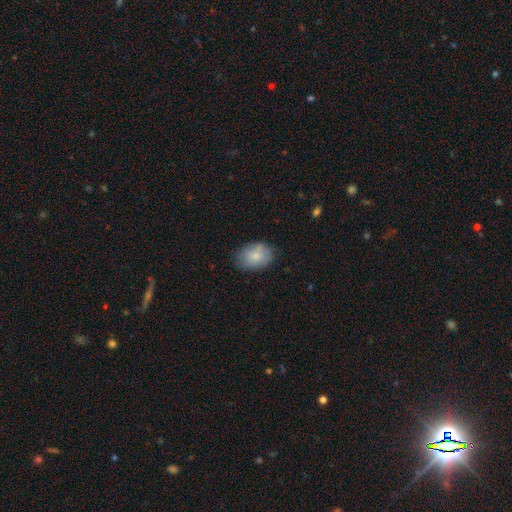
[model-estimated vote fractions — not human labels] Smooth or featured? Predicted: smooth (p=0.81). How rounded? Predicted: in between (p=0.80). Merging? Predicted: none (p=0.76).